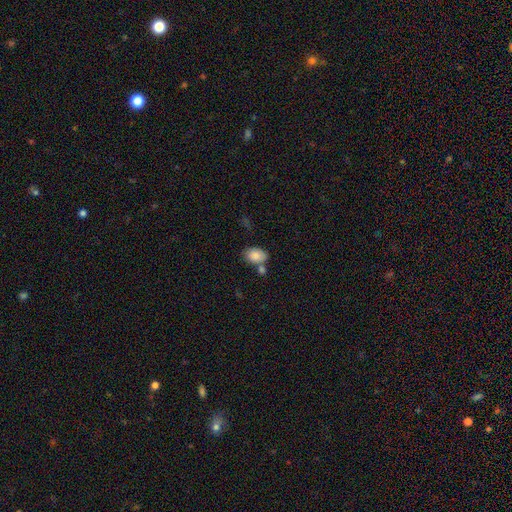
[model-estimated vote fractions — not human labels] smooth 85%, featured or disk 8%, star or artifact 7%. Down the decision tree: how rounded — in between (86%); merging — none (58%).